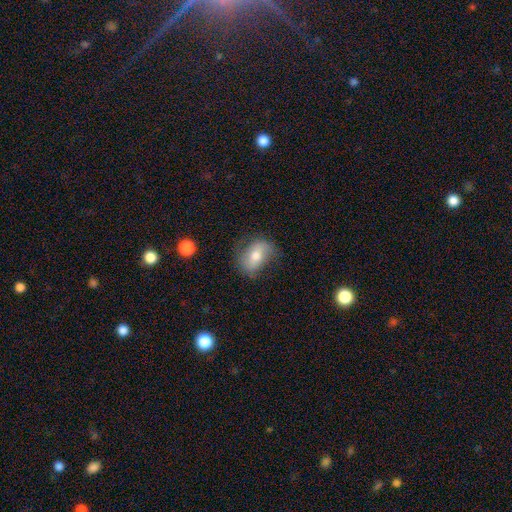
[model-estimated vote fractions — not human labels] This is possibly a smooth galaxy (58%). How rounded: likely in between (79%). Merging: likely none (65%).